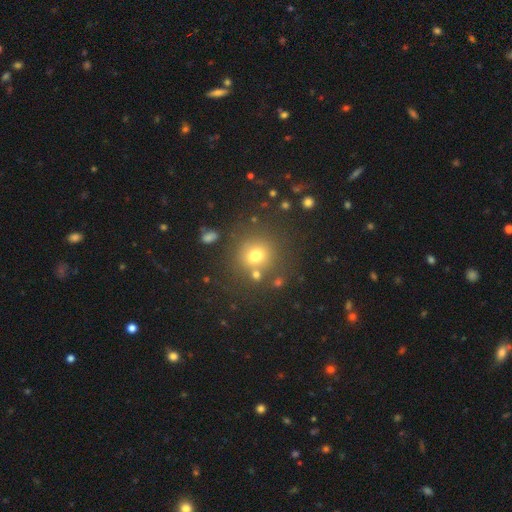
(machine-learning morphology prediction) Q: Smooth or featured?
A: smooth (72%); runner-up: star or artifact (17%)
Q: How rounded?
A: round (87%); runner-up: in between (12%)
Q: Merging?
A: none (74%); runner-up: minor disturbance (11%)